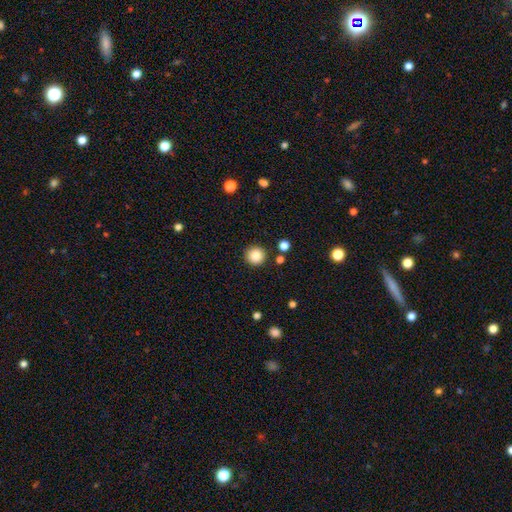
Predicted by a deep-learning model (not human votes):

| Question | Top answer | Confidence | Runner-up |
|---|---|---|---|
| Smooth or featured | smooth | 87% | star or artifact (10%) |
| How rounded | round | 95% | in between (4%) |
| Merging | none | 90% | minor disturbance (6%) |